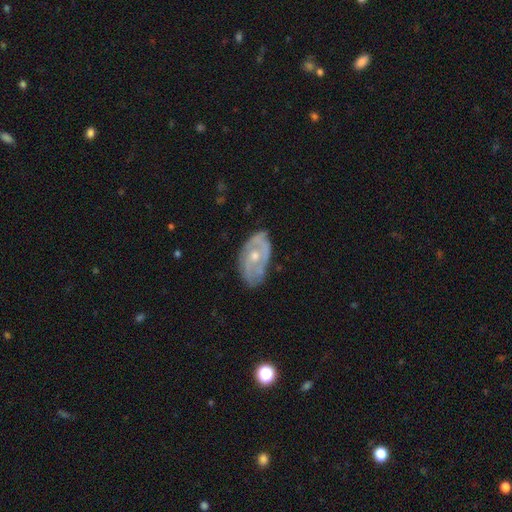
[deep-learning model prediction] Smooth or featured? Predicted: featured or disk (p=0.75). Edge-on disk? Predicted: no (p=0.94). Bar? Predicted: no (p=0.73). Spiral arms? Predicted: yes (p=0.75). Spiral winding? Predicted: tight (p=0.49). Spiral arm count? Predicted: 2 (p=0.39). Bulge size? Predicted: moderate (p=0.56). Merging? Predicted: none (p=0.65).